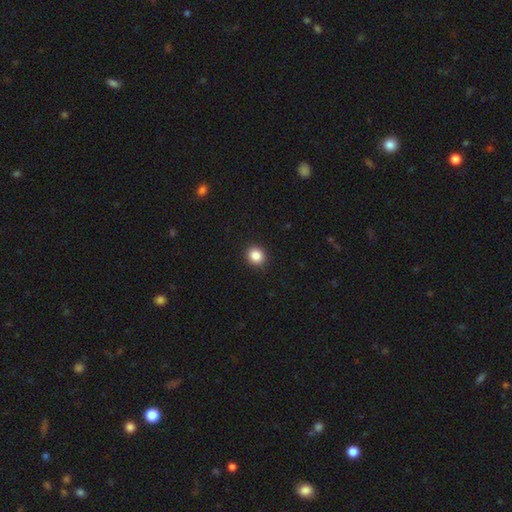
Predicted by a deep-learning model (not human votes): smooth_or_featured: smooth (p=0.86) [alt: star or artifact p=0.10]
how_rounded: round (p=0.81) [alt: in between p=0.18]
merging: none (p=0.92) [alt: minor disturbance p=0.05]